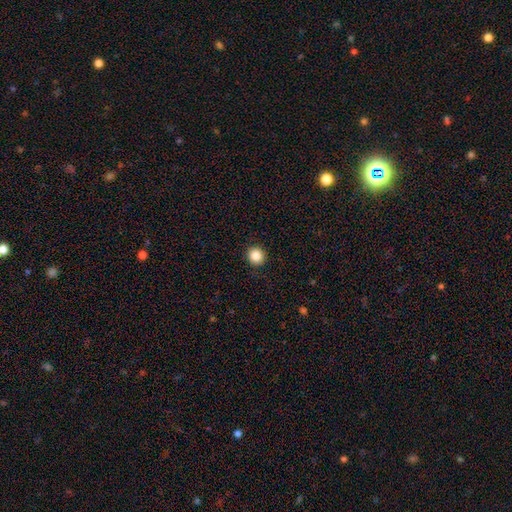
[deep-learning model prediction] A smooth galaxy with no disk features (86%) that is round (92%).

Vote fractions:
- Smooth or featured? smooth: 86% / star or artifact: 10% / featured or disk: 4%
- How rounded? round: 92% / in between: 7% / cigar-shaped: 1%
- Merging? none: 92% / minor disturbance: 5% / major disturbance: 2% / merger: 1%